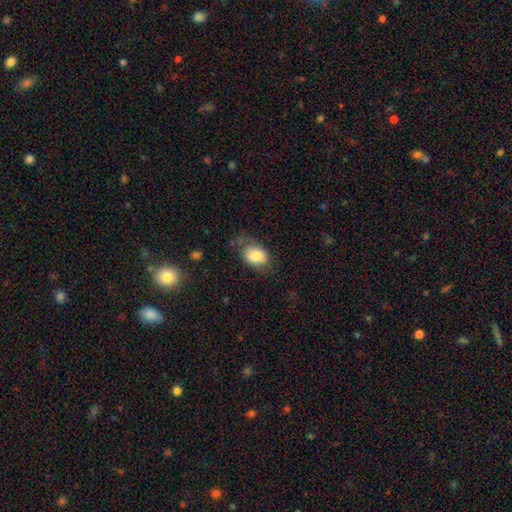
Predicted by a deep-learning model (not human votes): The model was most divided on "merging": none: 54%, minor disturbance: 28%, major disturbance: 15%, merger: 3%. More confident: how rounded — in between (79%); smooth or featured — smooth (77%).